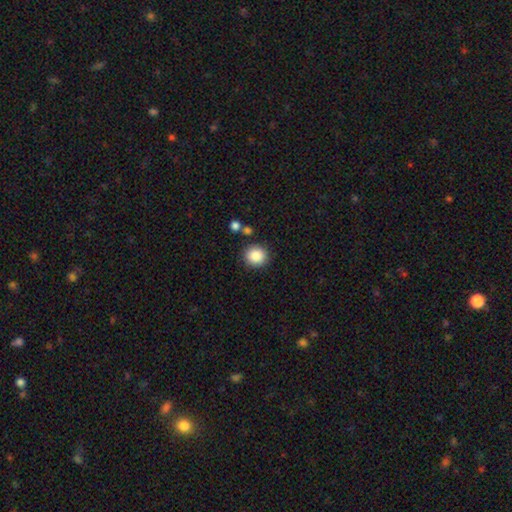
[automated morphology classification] smooth-or-featured: smooth: 87% | star or artifact: 9% | featured or disk: 5%
  how-rounded: round: 85% | in between: 14% | cigar-shaped: 1%
  merging: none: 86% | minor disturbance: 7% | merger: 4% | major disturbance: 2%